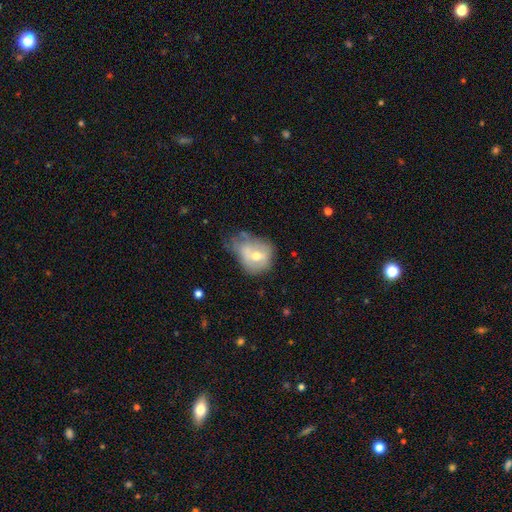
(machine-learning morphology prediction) type=smooth (52%); roundness=round (57%); merging=minor disturbance (32%).